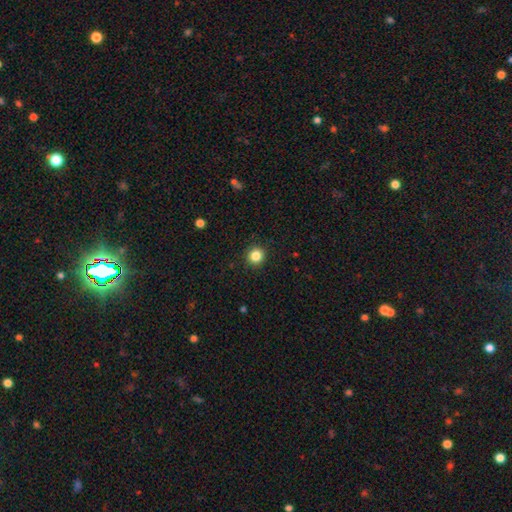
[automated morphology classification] Smooth or featured? Predicted: smooth (p=0.85). How rounded? Predicted: round (p=0.93). Merging? Predicted: none (p=0.92).